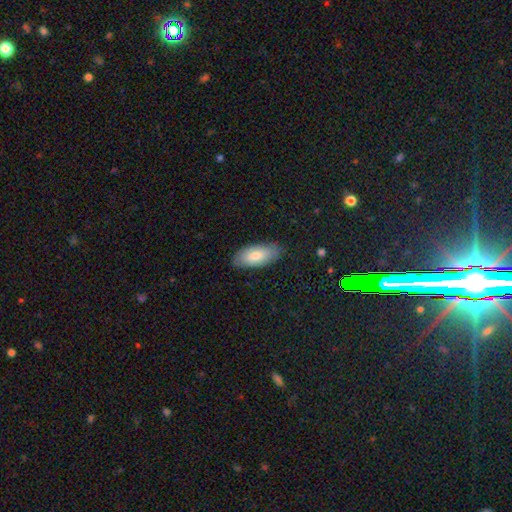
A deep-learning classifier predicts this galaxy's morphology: type=smooth (75%); roundness=in between (89%); merging=none (84%).